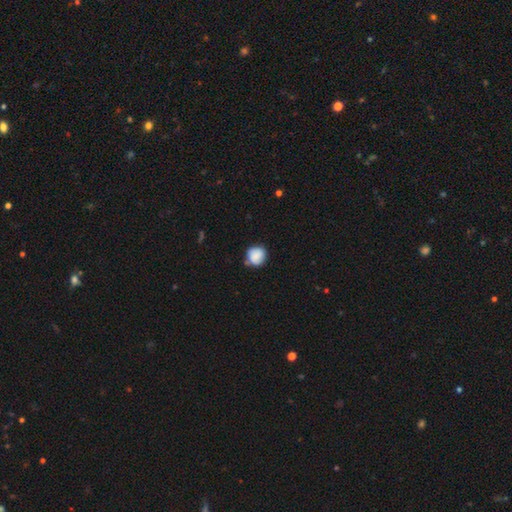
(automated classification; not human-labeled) Smooth or featured? smooth (81%)
How rounded? round (87%)
Merging? none (67%)